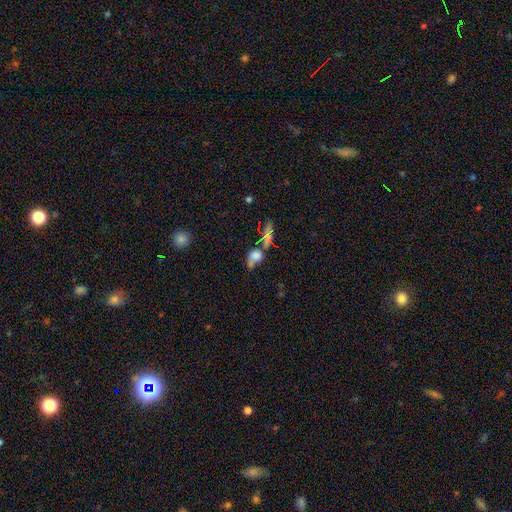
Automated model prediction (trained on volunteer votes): Smooth or featured?
  - smooth: 59% *
  - featured or disk: 22%
  - star or artifact: 18%
How rounded?
  - in between: 54% *
  - round: 39%
  - cigar-shaped: 7%
Merging?
  - merger: 32% * (tied)
  - none: 32% * (tied)
  - minor disturbance: 18%
  - major disturbance: 18%